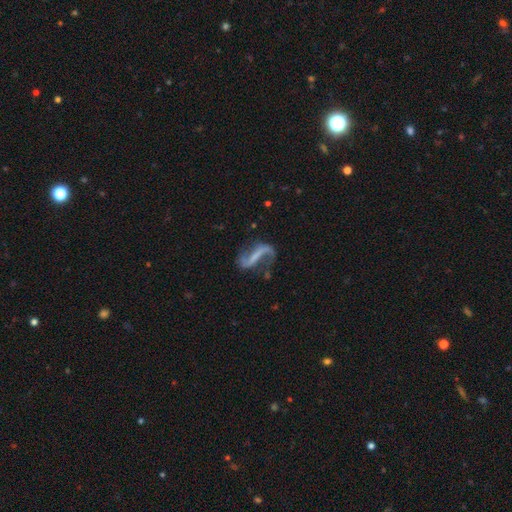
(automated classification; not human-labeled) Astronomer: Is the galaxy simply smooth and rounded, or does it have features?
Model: featured or disk — 83%.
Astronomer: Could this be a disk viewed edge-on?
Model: no — 94%.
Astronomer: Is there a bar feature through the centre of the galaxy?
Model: strong — 61%.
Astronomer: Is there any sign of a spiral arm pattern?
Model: yes — 90%.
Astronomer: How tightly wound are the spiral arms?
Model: loose — 82%.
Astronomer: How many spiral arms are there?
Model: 2 — 86%.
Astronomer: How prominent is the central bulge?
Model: none — 59%.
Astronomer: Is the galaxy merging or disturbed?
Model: none — 61%.